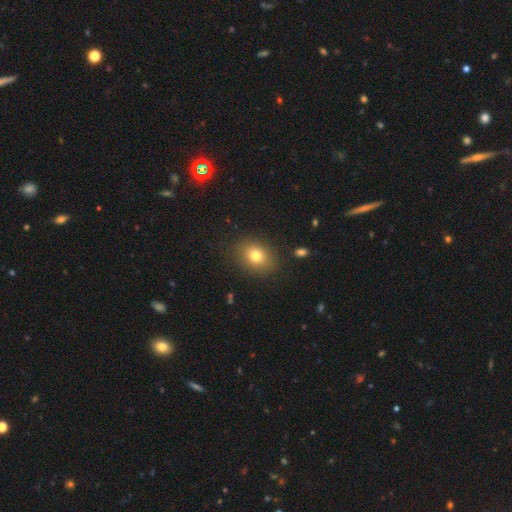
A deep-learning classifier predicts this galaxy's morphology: This is likely a smooth galaxy (77%). How rounded: possibly in between (56%). Merging: clearly none (85%).